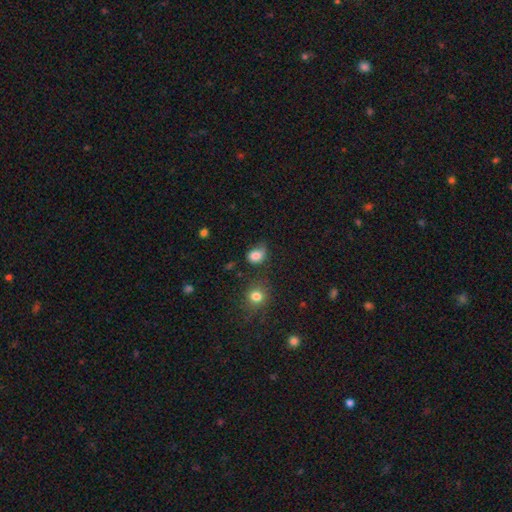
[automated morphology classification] type=smooth (81%); roundness=in between (55%); merging=none (45%).